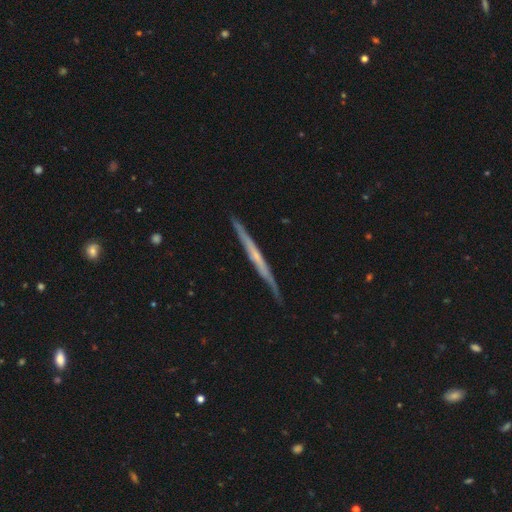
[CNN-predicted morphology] Smooth or featured?
  - featured or disk: 69% *
  - smooth: 26%
  - star or artifact: 5%
Edge-on disk?
  - yes: 97% *
  - no: 3%
Edge-on bulge?
  - none: 71% *
  - rounded: 22%
  - boxy: 7%
Merging?
  - none: 86% *
  - minor disturbance: 11%
  - major disturbance: 2%
  - merger: 1%